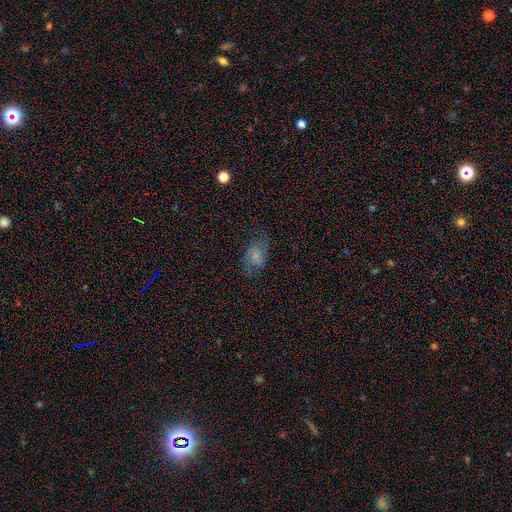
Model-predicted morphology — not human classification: smooth 63%, featured or disk 26%, star or artifact 11%. Down the decision tree: how rounded — in between (86%); merging — none (63%).